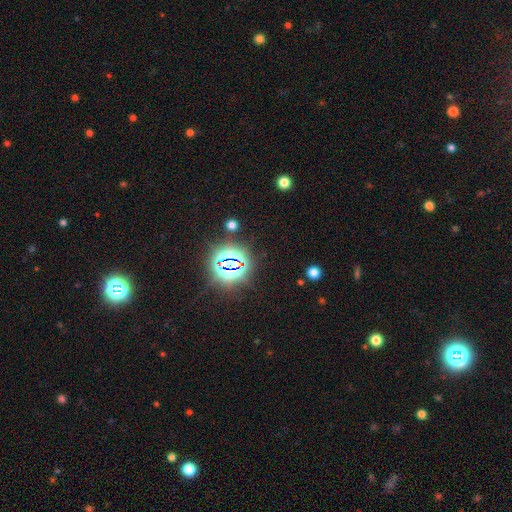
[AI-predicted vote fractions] Smooth or featured? Predicted: star or artifact (p=0.81).